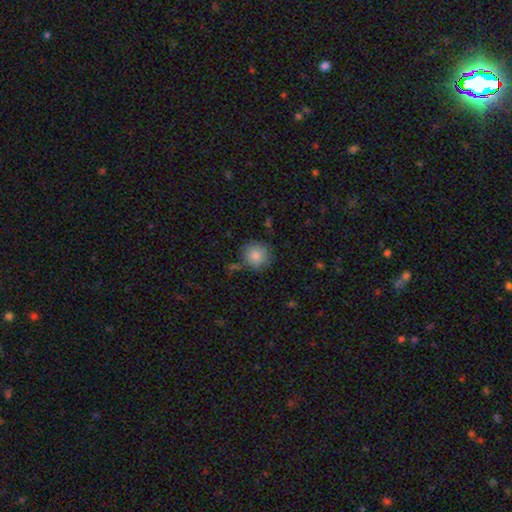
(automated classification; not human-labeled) Overall: smooth (85%). How rounded: round (91%). Merging: none (77%).